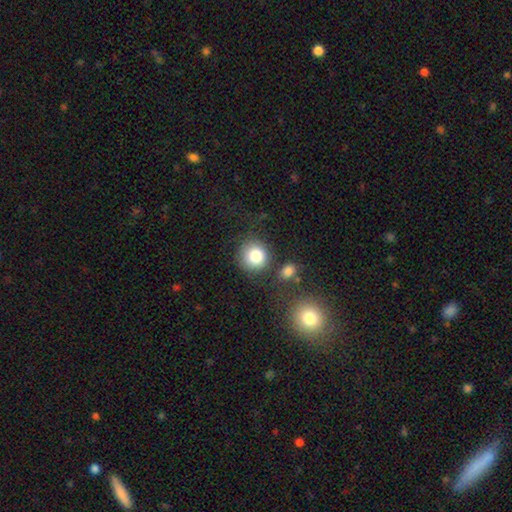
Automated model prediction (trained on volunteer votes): Smooth or featured? smooth (82%)
How rounded? round (90%)
Merging? none (75%)